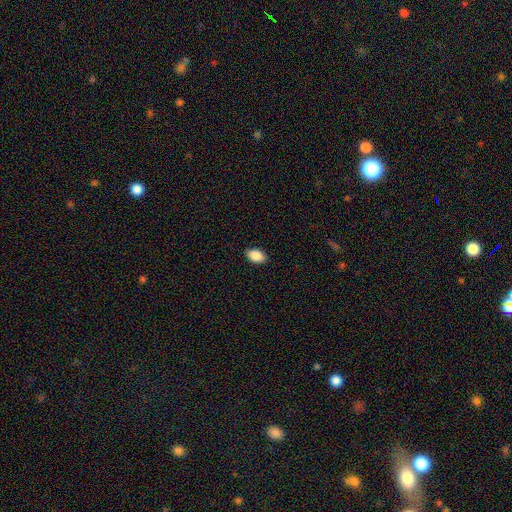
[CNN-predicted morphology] smooth 89%, star or artifact 7%, featured or disk 4%. Down the decision tree: how rounded — in between (91%); merging — none (89%).